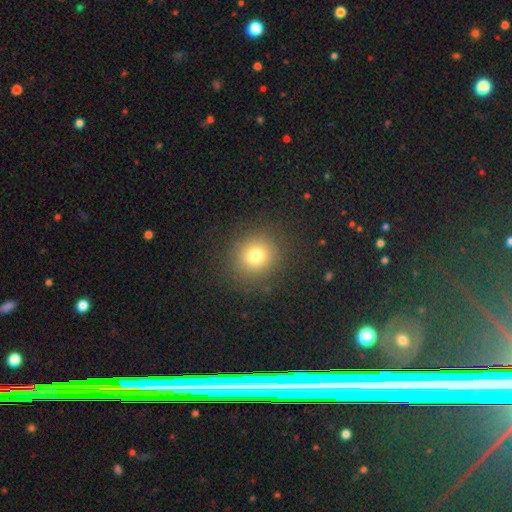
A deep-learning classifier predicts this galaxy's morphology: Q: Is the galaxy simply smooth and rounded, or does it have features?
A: smooth — 75%.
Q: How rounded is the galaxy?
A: round — 88%.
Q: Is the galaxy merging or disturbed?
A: none — 88%.